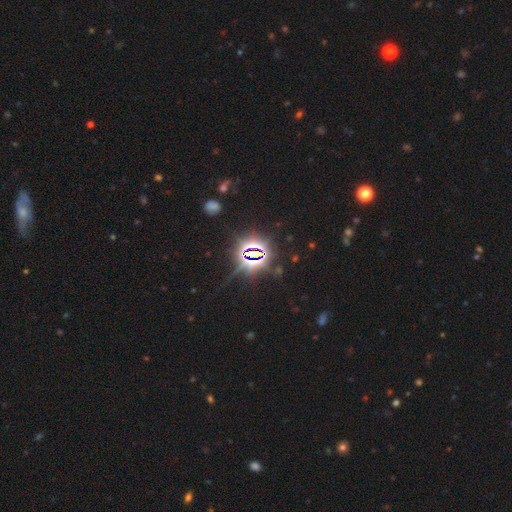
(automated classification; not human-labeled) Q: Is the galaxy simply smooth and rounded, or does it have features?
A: star or artifact — 83%.